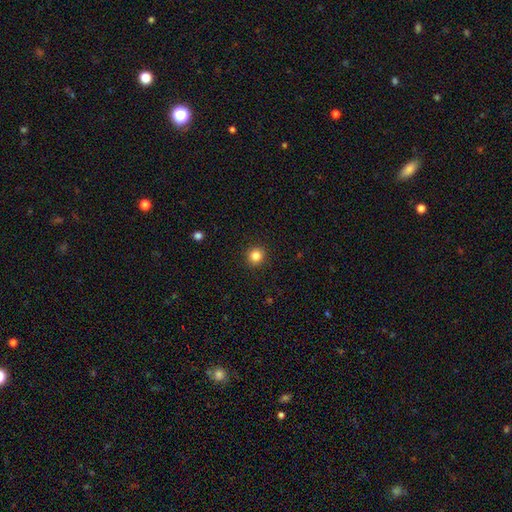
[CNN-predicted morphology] smooth_or_featured: smooth (p=0.84) [alt: star or artifact p=0.11]
how_rounded: round (p=0.89) [alt: in between p=0.10]
merging: none (p=0.92) [alt: minor disturbance p=0.05]